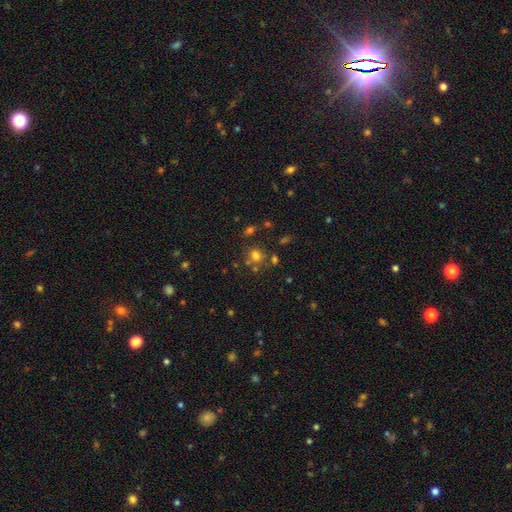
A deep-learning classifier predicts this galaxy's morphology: A smooth galaxy with no disk features (66%) that is round (63%). Merging: none (62%).